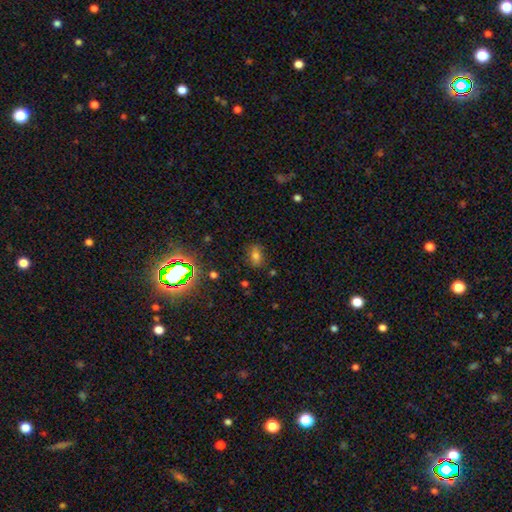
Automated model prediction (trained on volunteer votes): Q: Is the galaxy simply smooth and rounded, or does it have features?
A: smooth — 64%.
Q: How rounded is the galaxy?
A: in between — 73%.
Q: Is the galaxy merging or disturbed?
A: none — 76%.